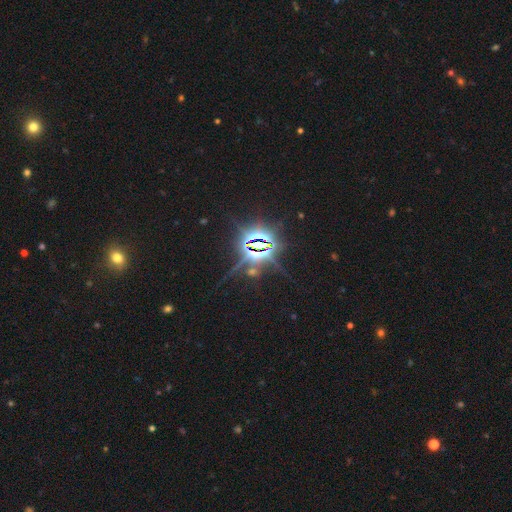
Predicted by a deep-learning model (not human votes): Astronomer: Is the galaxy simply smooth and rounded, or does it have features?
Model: star or artifact — 86%.